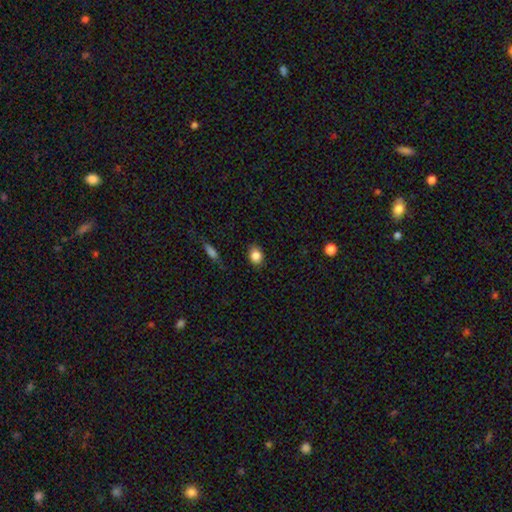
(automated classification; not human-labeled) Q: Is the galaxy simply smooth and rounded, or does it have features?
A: smooth — 85%.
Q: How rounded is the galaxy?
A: in between — 51%.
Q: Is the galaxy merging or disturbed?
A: none — 83%.